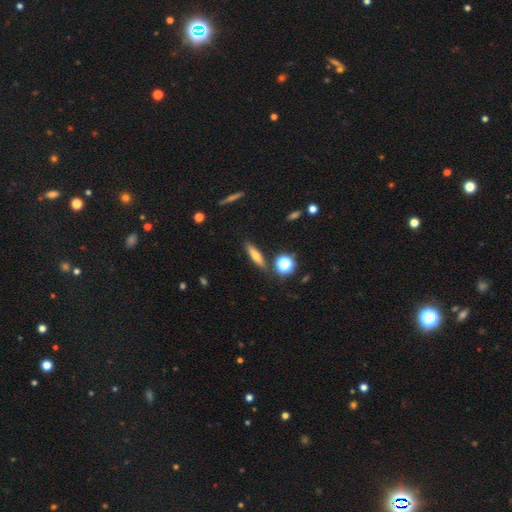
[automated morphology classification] Overall: smooth (56%; featured or disk 33%). How rounded: cigar-shaped (72%). Merging: none (84%).